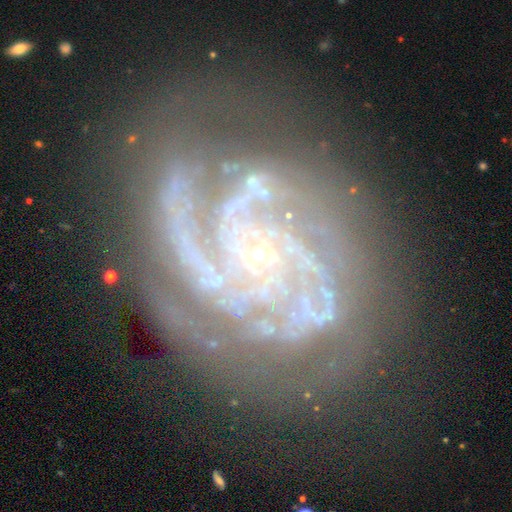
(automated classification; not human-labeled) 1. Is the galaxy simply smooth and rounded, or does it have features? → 91% featured or disk, 6% star or artifact, 3% smooth.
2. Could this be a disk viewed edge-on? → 98% no, 2% yes.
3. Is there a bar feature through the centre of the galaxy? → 72% no, 19% weak, 9% strong.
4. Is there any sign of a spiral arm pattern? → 98% yes, 2% no.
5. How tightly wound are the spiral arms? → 67% tight, 29% medium, 4% loose.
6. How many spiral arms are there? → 33% 3, 19% 2, 19% 4, 13% can't tell, 9% more than 4, 7% 1.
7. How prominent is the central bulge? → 85% small, 8% moderate, 5% none, 1% large, 1% dominant.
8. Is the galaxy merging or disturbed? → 70% none, 18% minor disturbance, 9% major disturbance, 2% merger.